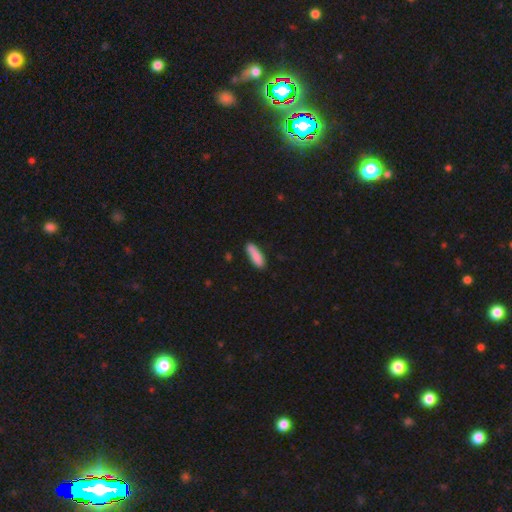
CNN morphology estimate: A smooth galaxy with no disk features (87%) that is cigar-shaped (60%).

Vote fractions:
- Smooth or featured? smooth: 87% / featured or disk: 7% / star or artifact: 6%
- How rounded? cigar-shaped: 60% / in between: 39% / round: 2%
- Merging? none: 78% / minor disturbance: 17% / merger: 3% / major disturbance: 3%